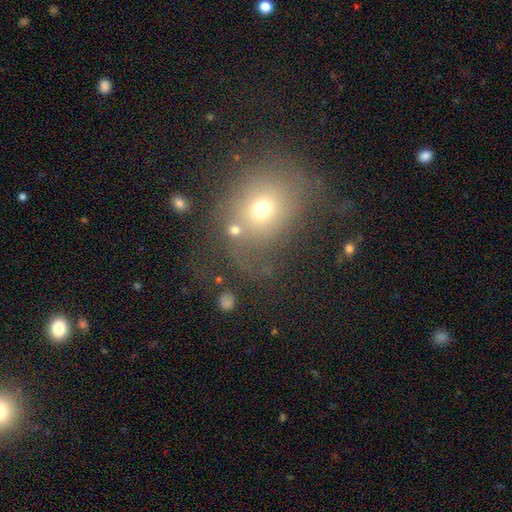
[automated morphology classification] This is possibly a smooth galaxy (56%). How rounded: likely round (72%). Merging: possibly none (51%).